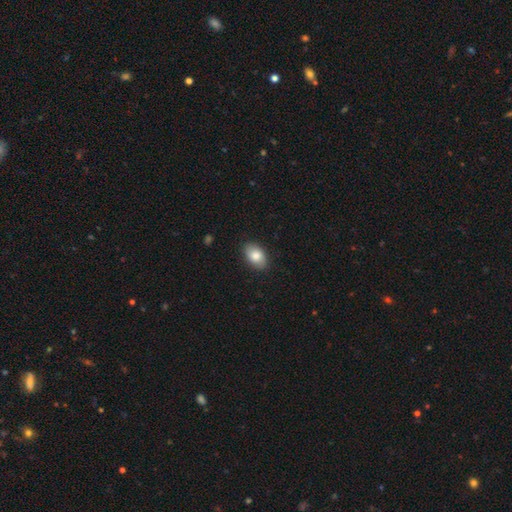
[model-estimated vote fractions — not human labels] Smooth or featured? Predicted: smooth (p=0.83). How rounded? Predicted: in between (p=0.89). Merging? Predicted: none (p=0.87).